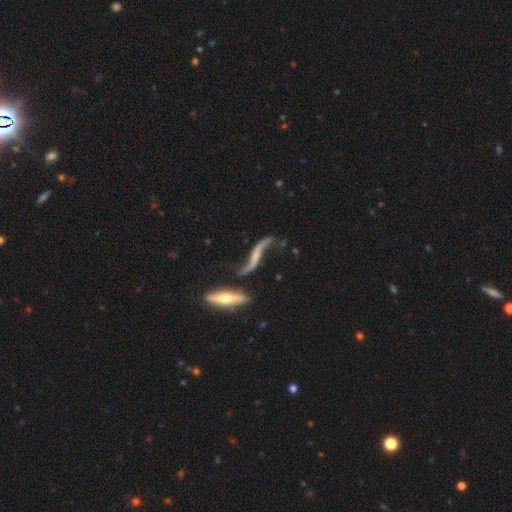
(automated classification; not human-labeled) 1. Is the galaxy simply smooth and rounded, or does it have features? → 81% featured or disk, 12% smooth, 7% star or artifact.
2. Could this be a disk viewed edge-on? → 73% no, 27% yes.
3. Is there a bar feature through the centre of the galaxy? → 50% no, 28% weak, 22% strong.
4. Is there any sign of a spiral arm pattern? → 88% yes, 12% no.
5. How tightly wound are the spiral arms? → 95% loose, 3% medium, 2% tight.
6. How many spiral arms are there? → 91% 2, 4% 1, 2% can't tell, 1% 3, 1% 4, 1% more than 4.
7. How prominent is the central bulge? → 50% none, 35% small, 11% moderate, 3% large, 2% dominant.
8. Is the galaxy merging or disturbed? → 51% none, 21% minor disturbance, 15% major disturbance, 13% merger.